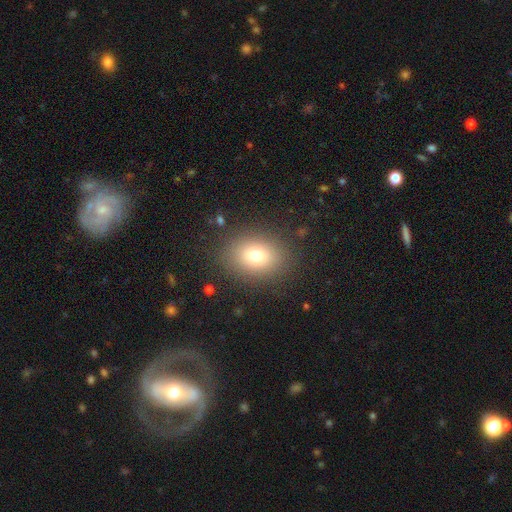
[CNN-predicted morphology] Smooth or featured? Predicted: smooth (p=0.74). How rounded? Predicted: in between (p=0.58). Merging? Predicted: none (p=0.85).